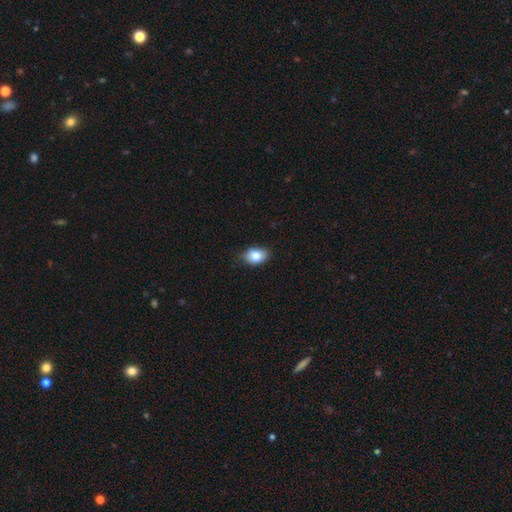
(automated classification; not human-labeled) Overall: smooth (85%). How rounded: in between (83%). Merging: none (83%).